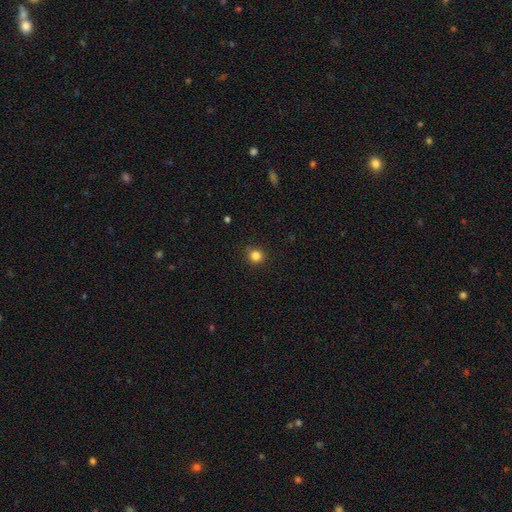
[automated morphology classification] smooth 84%, star or artifact 12%, featured or disk 4%. Down the decision tree: how rounded — round (91%); merging — none (88%).